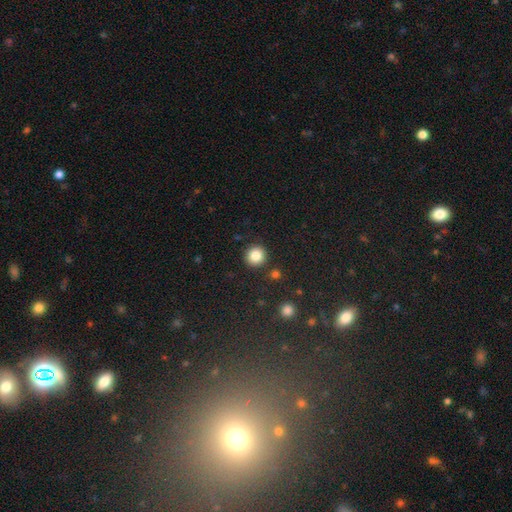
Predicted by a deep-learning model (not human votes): Morphology: type=smooth (85%); roundness=round (94%); merging=none (90%).